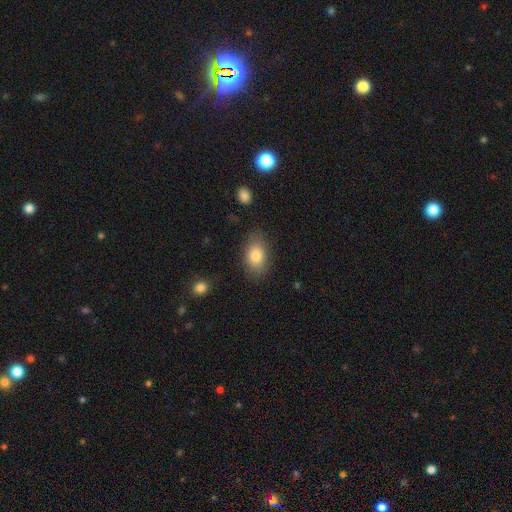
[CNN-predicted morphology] Smooth or featured? smooth (83%)
How rounded? in between (85%)
Merging? none (79%)